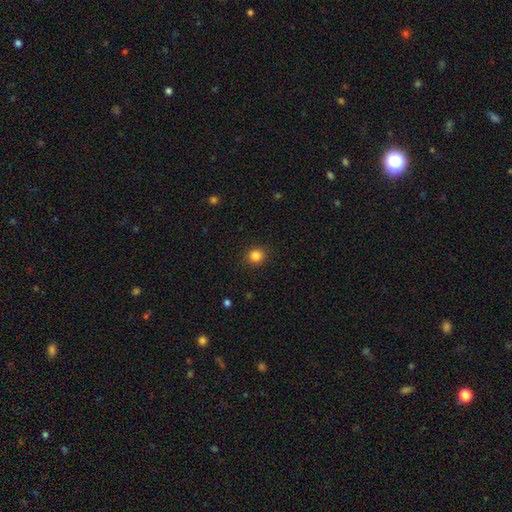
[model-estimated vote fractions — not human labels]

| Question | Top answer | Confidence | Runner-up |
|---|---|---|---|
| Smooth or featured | smooth | 83% | star or artifact (12%) |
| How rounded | round | 86% | in between (13%) |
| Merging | none | 90% | minor disturbance (7%) |